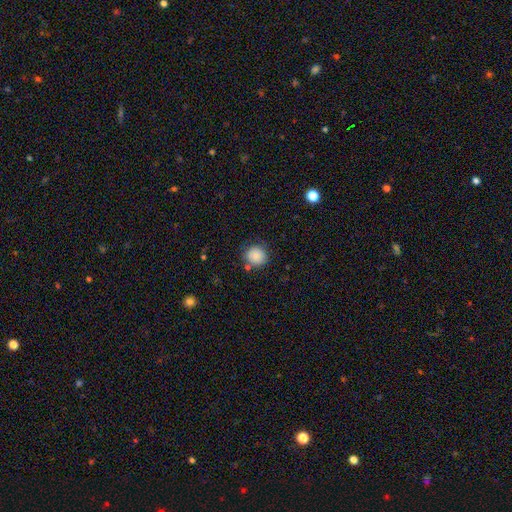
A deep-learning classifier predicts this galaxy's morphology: The model was most divided on "merging": none: 79%, minor disturbance: 13%, merger: 5%, major disturbance: 4%. More confident: smooth or featured — smooth (87%); how rounded — round (87%).